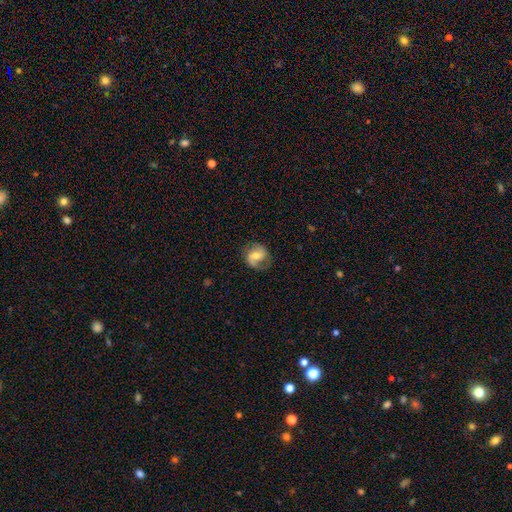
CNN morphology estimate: Overall: featured or disk (69%). Edge-on disk: no (97%). Bar: weak (46%; no 33%). Spiral arms: yes (91%). Spiral arm count: 2 (81%). Spiral winding: medium (49%; loose 28%). Bulge size: moderate (58%; small 32%). Merging: none (73%).